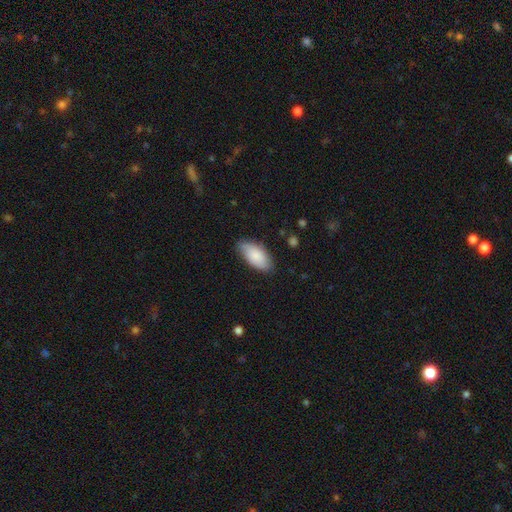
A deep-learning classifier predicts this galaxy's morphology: Q: Smooth or featured?
A: smooth (84%); runner-up: featured or disk (10%)
Q: How rounded?
A: in between (92%); runner-up: cigar-shaped (6%)
Q: Merging?
A: none (79%); runner-up: minor disturbance (17%)